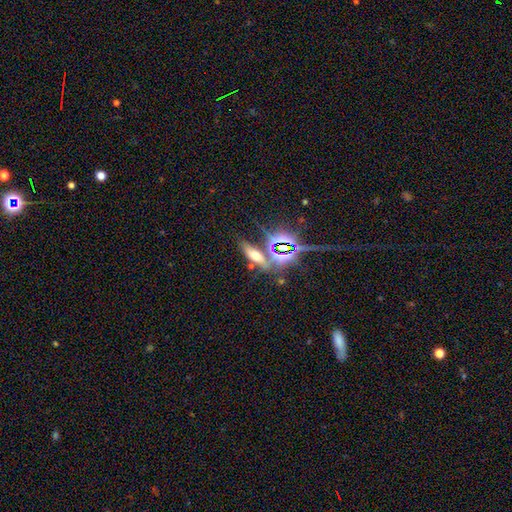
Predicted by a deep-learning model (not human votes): Smooth or featured?
  - smooth: 46% *
  - star or artifact: 33%
  - featured or disk: 21%
Merging?
  - none: 66% *
  - merger: 14%
  - minor disturbance: 13%
  - major disturbance: 7%